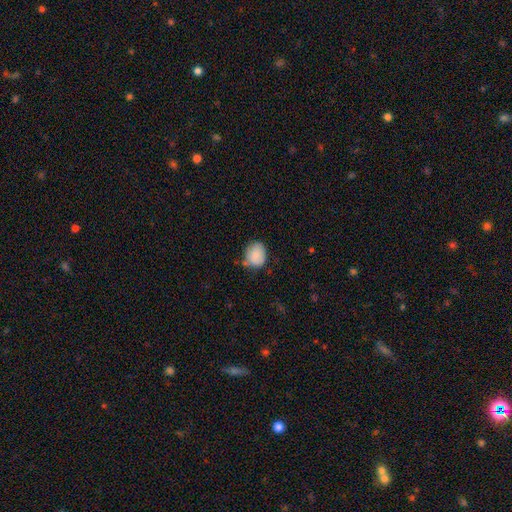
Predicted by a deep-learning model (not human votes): Smooth or featured?
  - smooth: 85% *
  - star or artifact: 8%
  - featured or disk: 7%
How rounded?
  - round: 53% *
  - in between: 46%
  - cigar-shaped: 1%
Merging?
  - none: 62% *
  - minor disturbance: 27%
  - merger: 6%
  - major disturbance: 6%